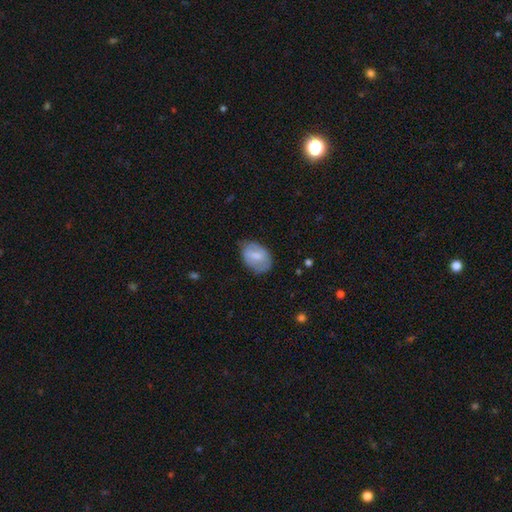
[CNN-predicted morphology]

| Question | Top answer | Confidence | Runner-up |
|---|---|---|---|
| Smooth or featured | smooth | 65% | featured or disk (28%) |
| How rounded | in between | 80% | round (18%) |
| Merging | none | 63% | minor disturbance (29%) |